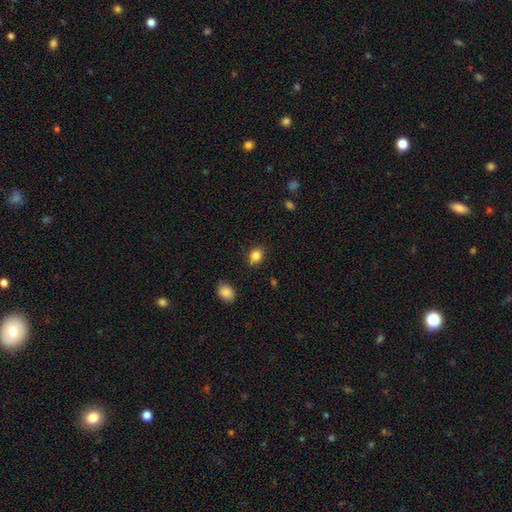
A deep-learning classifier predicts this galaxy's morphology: A smooth galaxy with no disk features (85%) that is round (51%). Merging: none (87%).